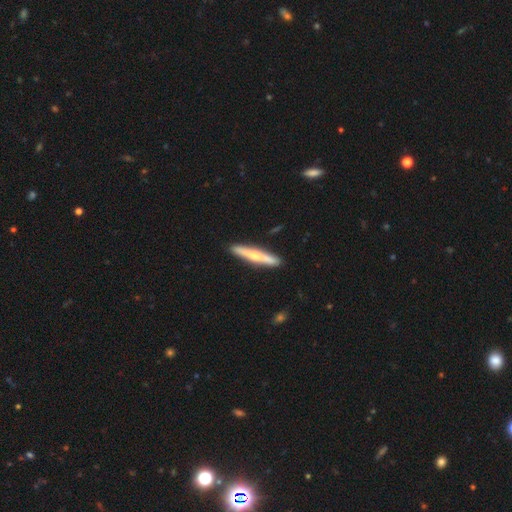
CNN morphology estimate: A featured or disk galaxy (50%). Merging: none (91%).